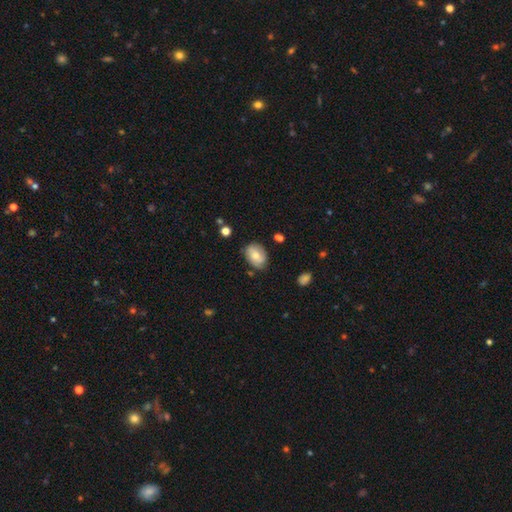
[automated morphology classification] Smooth or featured?
  - smooth: 63% *
  - featured or disk: 29%
  - star or artifact: 8%
How rounded?
  - in between: 78% *
  - round: 21%
  - cigar-shaped: 1%
Merging?
  - none: 72% *
  - minor disturbance: 22%
  - major disturbance: 4%
  - merger: 2%